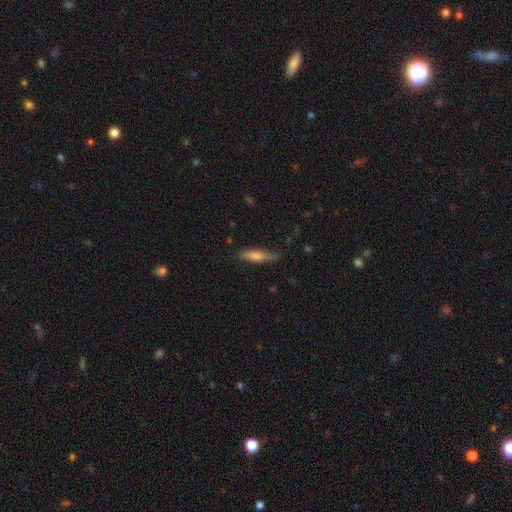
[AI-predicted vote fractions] This appears to be a smooth galaxy with no disk features (62%) that is cigar-shaped (83%). Merging: none (82%).